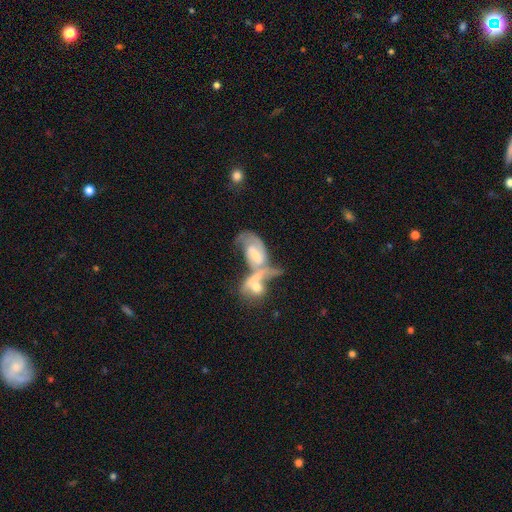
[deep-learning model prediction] Morphology: type=featured or disk (68%); edge-on=no (91%); bar=no (59%); spiral arms=yes (78%); bulge=moderate (46%); merging=merger (69%).